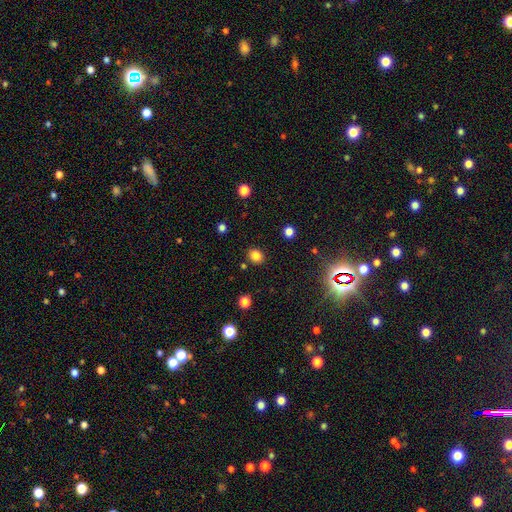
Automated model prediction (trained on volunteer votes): Smooth or featured: smooth — 82% (star or artifact — 13%)
How rounded: round — 60% (in between — 39%)
Merging: none — 86% (minor disturbance — 8%)